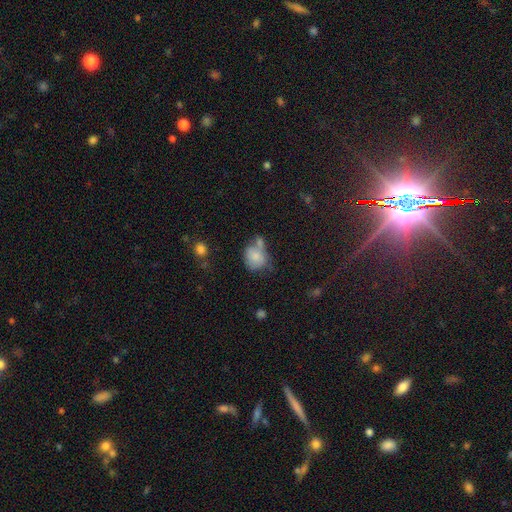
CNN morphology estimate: A smooth galaxy with no disk features (74%) that is round (58%).

Vote fractions:
- Smooth or featured? smooth: 74% / featured or disk: 17% / star or artifact: 9%
- How rounded? round: 58% / in between: 40% / cigar-shaped: 1%
- Merging? merger: 37% / none: 30% / minor disturbance: 21% / major disturbance: 12%